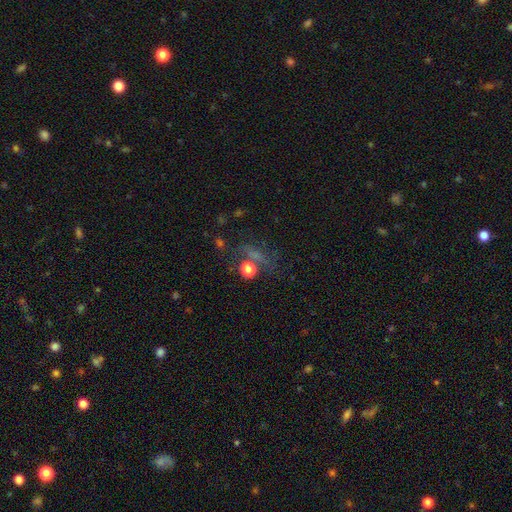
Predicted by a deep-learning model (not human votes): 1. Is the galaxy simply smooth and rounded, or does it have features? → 49% star or artifact, 35% smooth, 17% featured or disk.